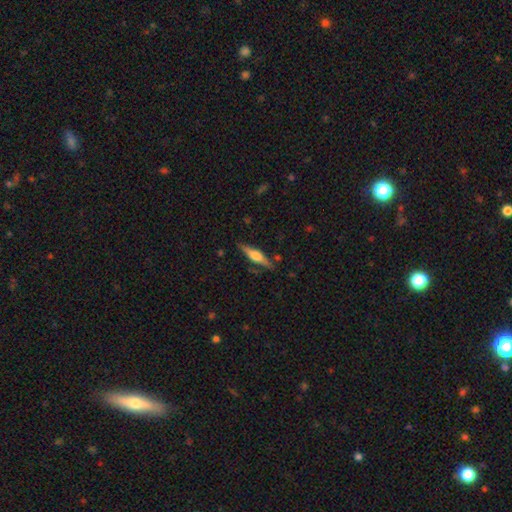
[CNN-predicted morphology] smooth_or_featured: featured or disk (p=0.62) [alt: smooth p=0.32]
disk_edge_on: yes (p=0.96) [alt: no p=0.04]
edge_on_bulge: rounded (p=0.87) [alt: boxy p=0.09]
merging: none (p=0.85) [alt: minor disturbance p=0.11]